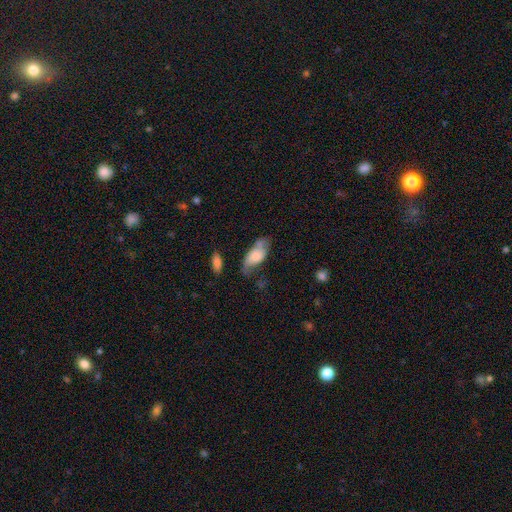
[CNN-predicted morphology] Smooth or featured?
  - smooth: 67% *
  - featured or disk: 27%
  - star or artifact: 7%
How rounded?
  - in between: 86% *
  - cigar-shaped: 11%
  - round: 3%
Merging?
  - none: 46% *
  - minor disturbance: 32%
  - major disturbance: 15%
  - merger: 7%